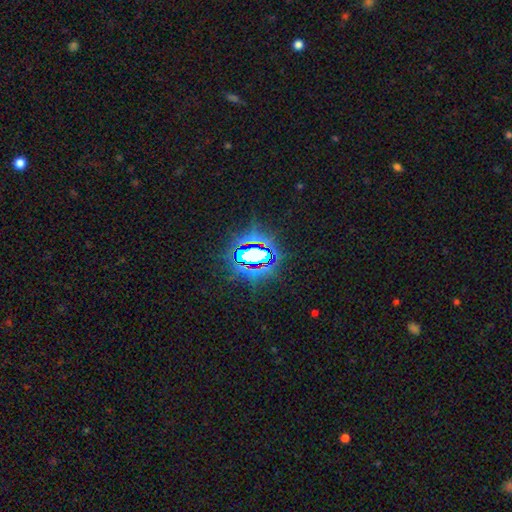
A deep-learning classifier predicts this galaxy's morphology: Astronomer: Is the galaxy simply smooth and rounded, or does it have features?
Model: star or artifact — 74%.